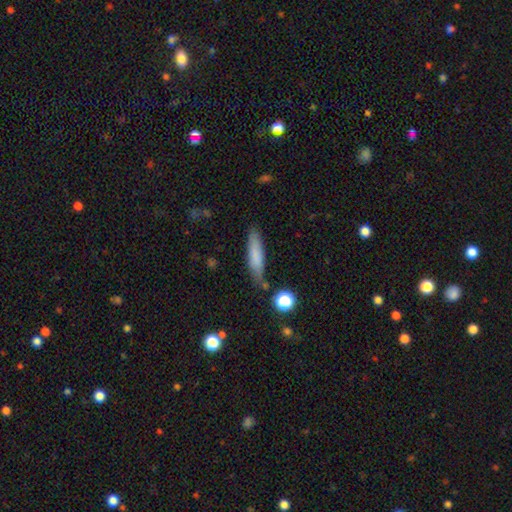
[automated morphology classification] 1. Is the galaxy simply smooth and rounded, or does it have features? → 76% smooth, 16% featured or disk, 8% star or artifact.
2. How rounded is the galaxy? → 78% cigar-shaped, 20% in between, 2% round.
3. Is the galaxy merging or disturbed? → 74% none, 17% minor disturbance, 4% merger, 4% major disturbance.